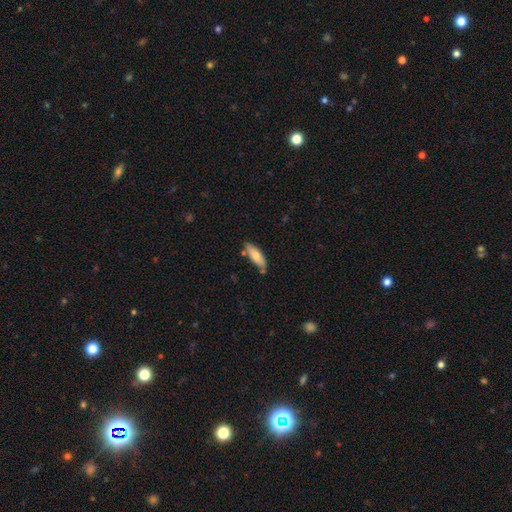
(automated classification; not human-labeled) Overall: smooth (68%). How rounded: in between (53%; cigar-shaped 45%). Merging: none (73%).